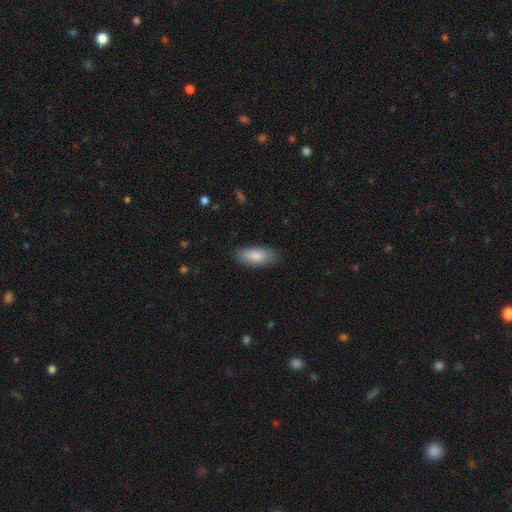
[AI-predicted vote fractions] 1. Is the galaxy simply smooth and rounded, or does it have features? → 85% smooth, 9% featured or disk, 6% star or artifact.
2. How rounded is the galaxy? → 88% in between, 10% cigar-shaped, 2% round.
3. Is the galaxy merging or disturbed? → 82% none, 14% minor disturbance, 3% major disturbance, 1% merger.